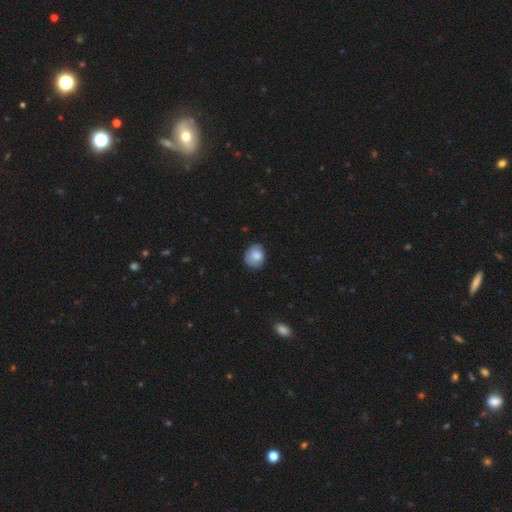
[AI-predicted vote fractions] Smooth or featured?
  - smooth: 82% *
  - featured or disk: 11%
  - star or artifact: 8%
How rounded?
  - round: 55% *
  - in between: 44%
  - cigar-shaped: 1%
Merging?
  - none: 71% *
  - minor disturbance: 24%
  - major disturbance: 4%
  - merger: 1%